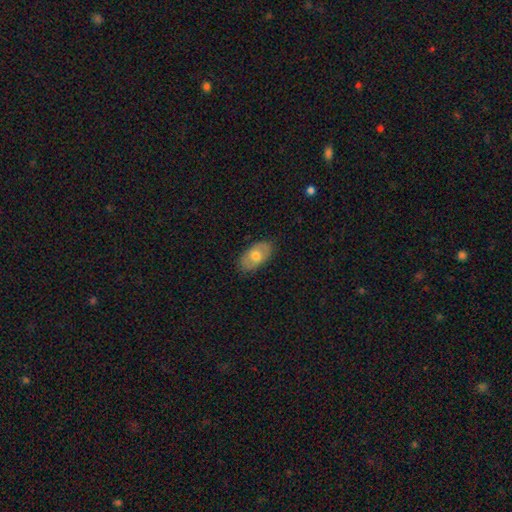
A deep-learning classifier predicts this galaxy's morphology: Overall: smooth (63%; featured or disk 31%). How rounded: in between (92%). Merging: none (85%).